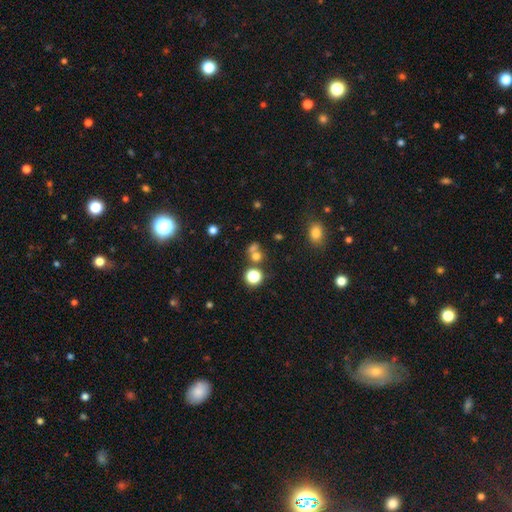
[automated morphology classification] A smooth galaxy with no disk features (65%) that is round (76%).

Vote fractions:
- Smooth or featured? smooth: 65% / star or artifact: 24% / featured or disk: 11%
- How rounded? round: 76% / in between: 22% / cigar-shaped: 1%
- Merging? none: 46% / merger: 40% / minor disturbance: 9% / major disturbance: 6%